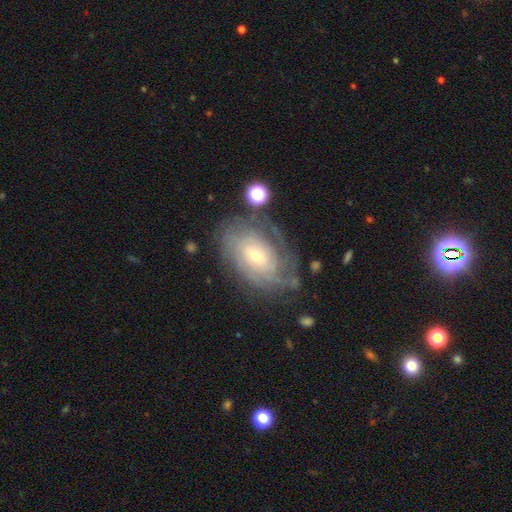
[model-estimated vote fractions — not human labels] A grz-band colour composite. It shows a featured or disk galaxy (76%) with no bar (60%), tight (67%) spiral arms (88%) and a small central bulge (58%). Merging: none (65%).